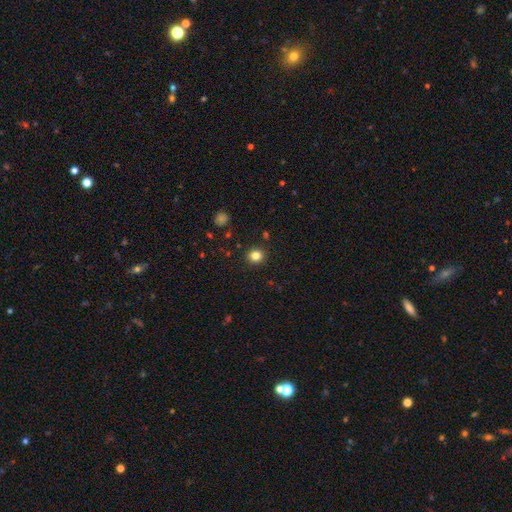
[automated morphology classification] This appears to be a smooth galaxy with no disk features (82%) that is round (82%). Merging: none (91%).